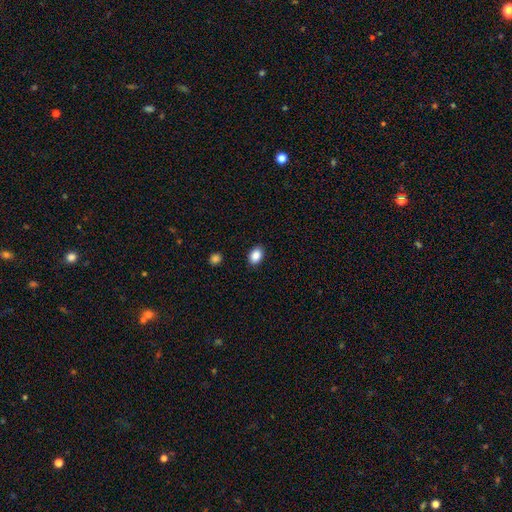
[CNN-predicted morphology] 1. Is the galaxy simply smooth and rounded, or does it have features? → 88% smooth, 8% star or artifact, 4% featured or disk.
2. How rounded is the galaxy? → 78% in between, 21% round, 1% cigar-shaped.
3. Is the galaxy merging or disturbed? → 88% none, 8% minor disturbance, 2% major disturbance, 1% merger.